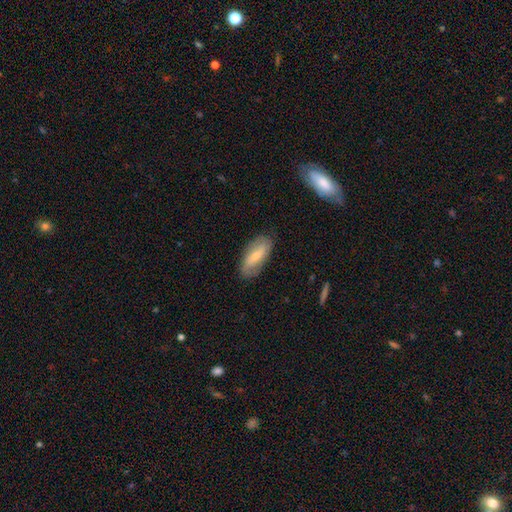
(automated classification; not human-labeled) Smooth or featured? smooth (55%)
How rounded? in between (81%)
Merging? none (82%)